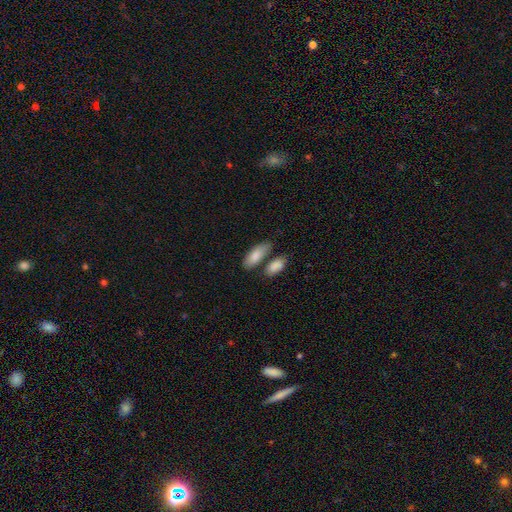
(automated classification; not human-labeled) This appears to be a smooth galaxy with no disk features (84%) that is in between round and cigar-shaped (80%). Merging: none (60%).